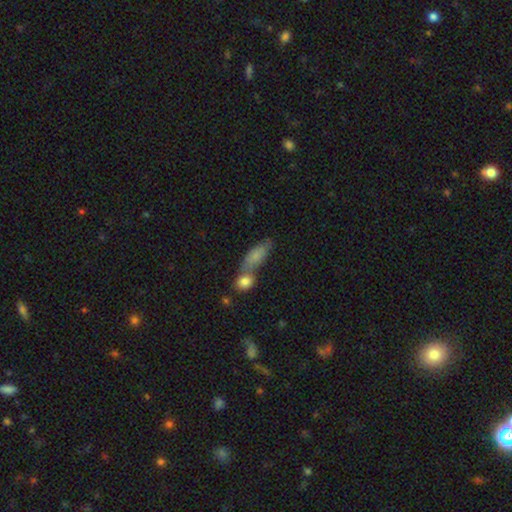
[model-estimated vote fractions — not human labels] This appears to be a smooth galaxy with no disk features (78%) that is in between round and cigar-shaped (72%). Merging: merger (46%).